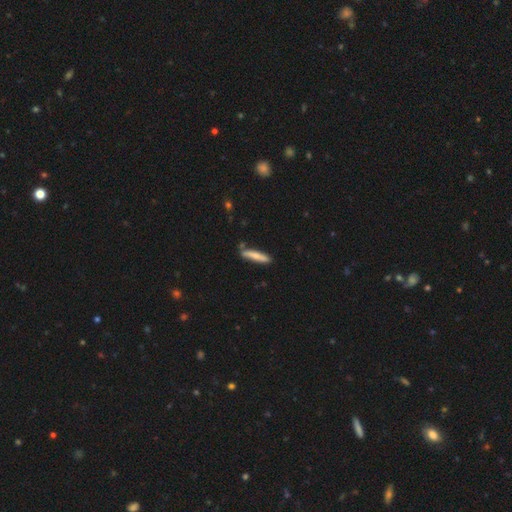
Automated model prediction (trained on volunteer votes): A smooth galaxy with no disk features (71%) that is cigar-shaped (89%). Merging: none (76%).